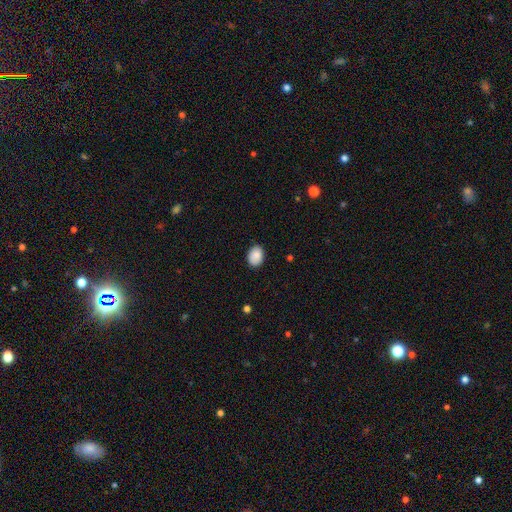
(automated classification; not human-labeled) Overall: smooth (87%). How rounded: in between (70%; round 30%). Merging: none (85%).